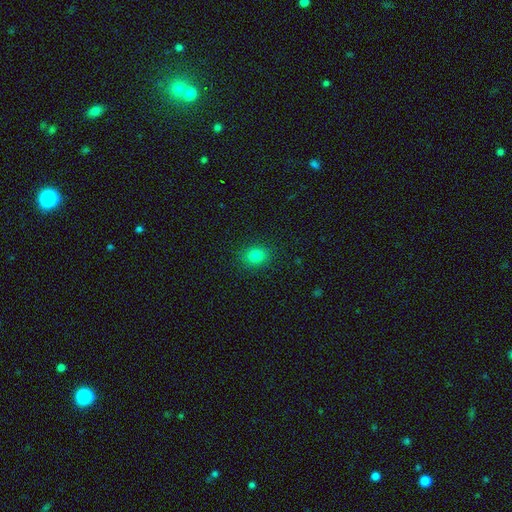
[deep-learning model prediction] A smooth galaxy with no disk features (82%) that is round (61%). Merging: none (88%).